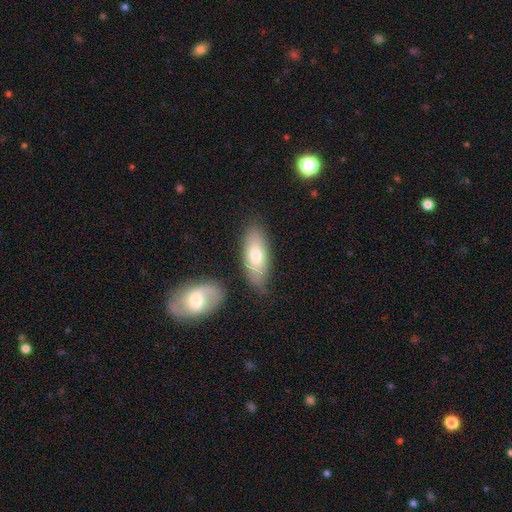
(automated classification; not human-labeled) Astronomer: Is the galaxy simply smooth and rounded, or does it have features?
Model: smooth — 70%.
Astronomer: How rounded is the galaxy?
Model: in between — 79%.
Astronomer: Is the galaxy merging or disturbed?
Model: none — 73%.